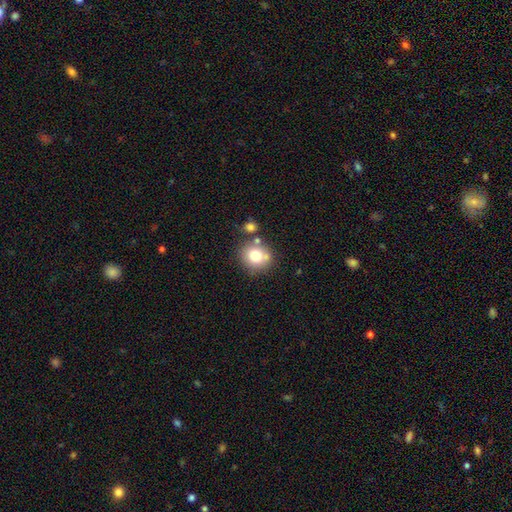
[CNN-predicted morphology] Smooth or featured? smooth (76%)
How rounded? round (78%)
Merging? none (65%)